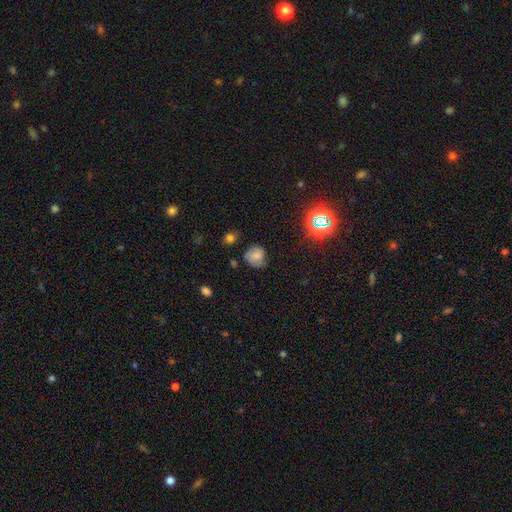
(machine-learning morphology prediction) Smooth or featured? smooth (65%)
How rounded? round (81%)
Merging? none (65%)